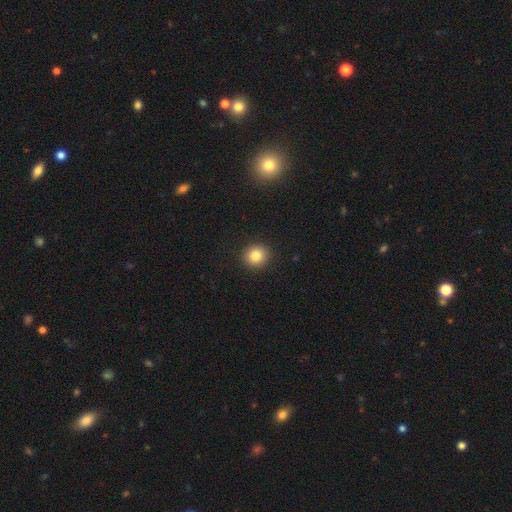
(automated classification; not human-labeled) A smooth galaxy with no disk features (83%) that is round (89%). Merging: none (92%).